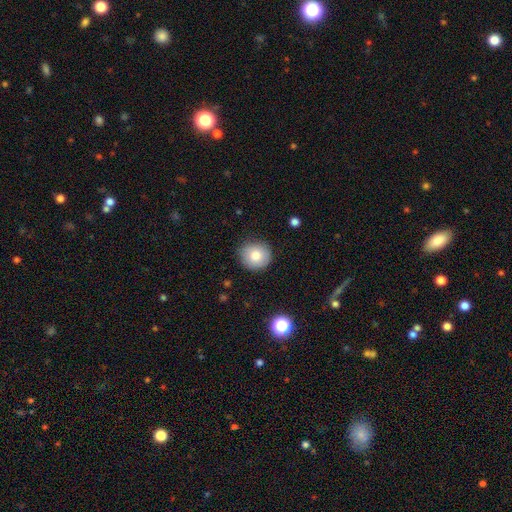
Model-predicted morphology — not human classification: smooth-or-featured: smooth: 82% | featured or disk: 9% | star or artifact: 9%
  how-rounded: round: 90% | in between: 9% | cigar-shaped: 1%
  merging: none: 86% | minor disturbance: 11% | major disturbance: 2% | merger: 1%